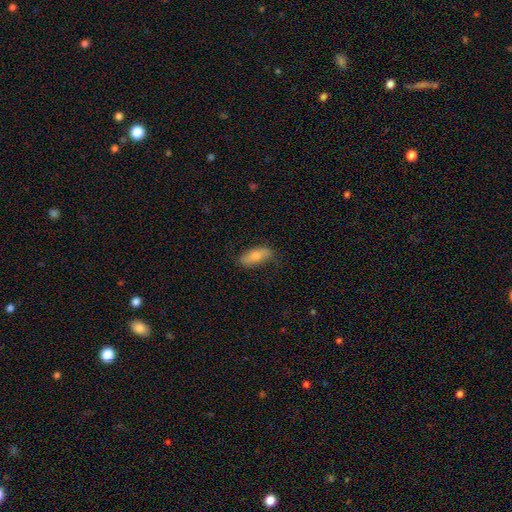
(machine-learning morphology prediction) Overall: smooth (67%). How rounded: in between (68%; cigar-shaped 29%). Merging: none (77%).